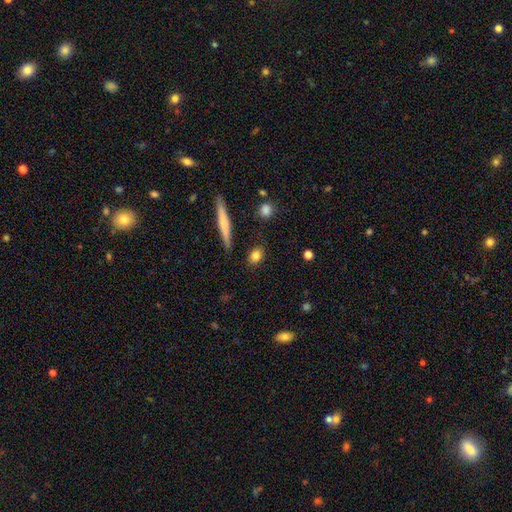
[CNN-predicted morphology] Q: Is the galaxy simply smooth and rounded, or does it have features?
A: smooth — 80%.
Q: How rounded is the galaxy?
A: in between — 51%.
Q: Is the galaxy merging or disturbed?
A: none — 85%.